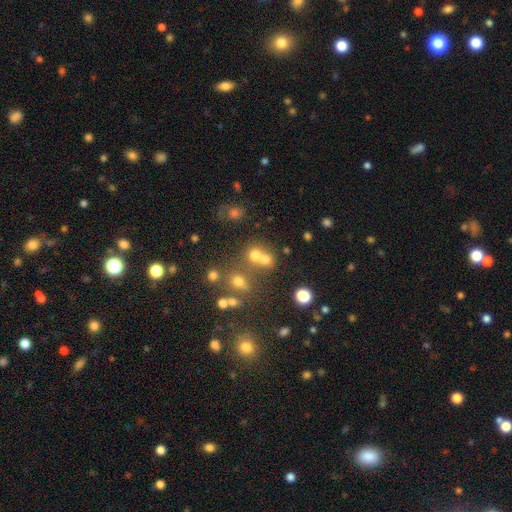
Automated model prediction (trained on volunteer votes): A smooth galaxy with no disk features (66%) that is round (77%). Merging: none (44%).